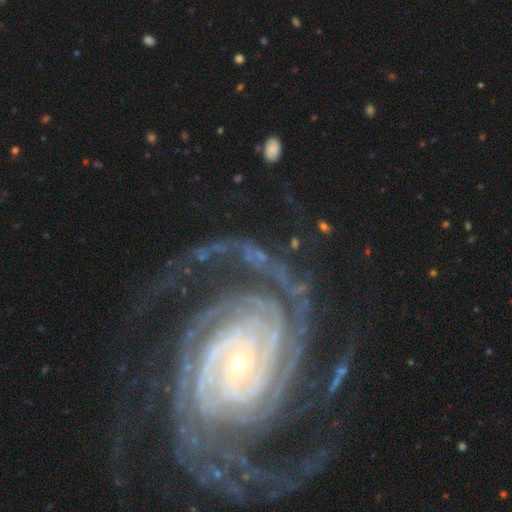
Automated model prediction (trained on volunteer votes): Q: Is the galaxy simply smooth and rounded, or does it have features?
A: featured or disk — 88%.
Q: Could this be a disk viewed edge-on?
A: no — 97%.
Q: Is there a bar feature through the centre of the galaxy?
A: no — 60%.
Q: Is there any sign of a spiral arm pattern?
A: yes — 98%.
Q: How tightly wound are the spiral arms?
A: tight — 68%.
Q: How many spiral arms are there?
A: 2 — 27%.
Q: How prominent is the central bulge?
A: small — 82%.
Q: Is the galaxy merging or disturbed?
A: none — 59%.